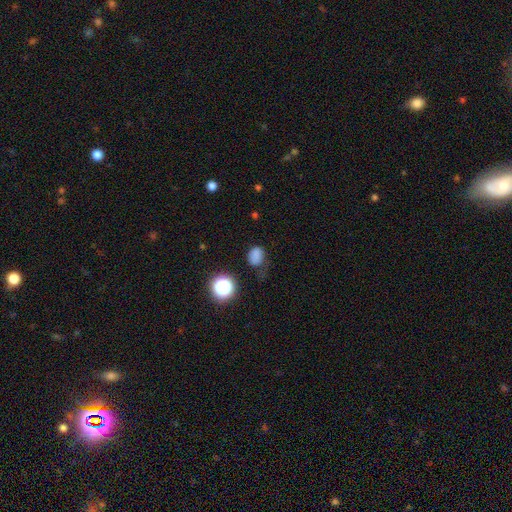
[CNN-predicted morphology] Smooth or featured? Predicted: smooth (p=0.75). How rounded? Predicted: in between (p=0.58). Merging? Predicted: none (p=0.53).